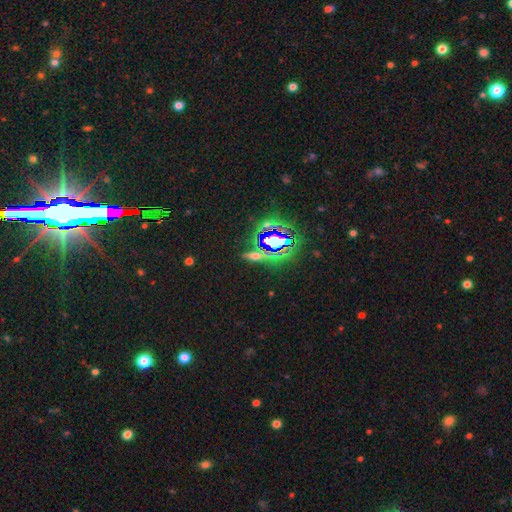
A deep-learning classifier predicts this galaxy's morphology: type=star or artifact (45%).